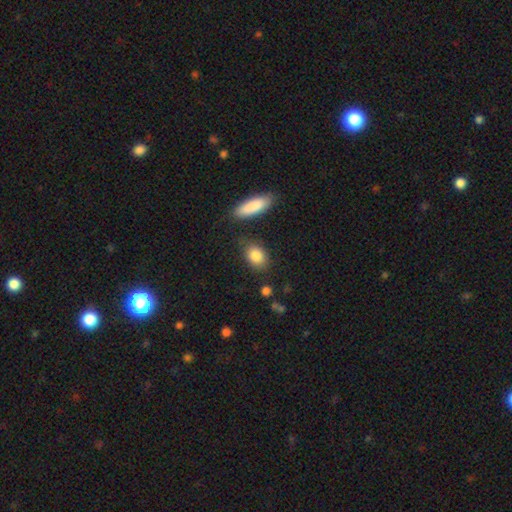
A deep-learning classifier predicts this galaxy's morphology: This is clearly a smooth galaxy (86%). How rounded: likely in between (75%). Merging: likely none (77%).